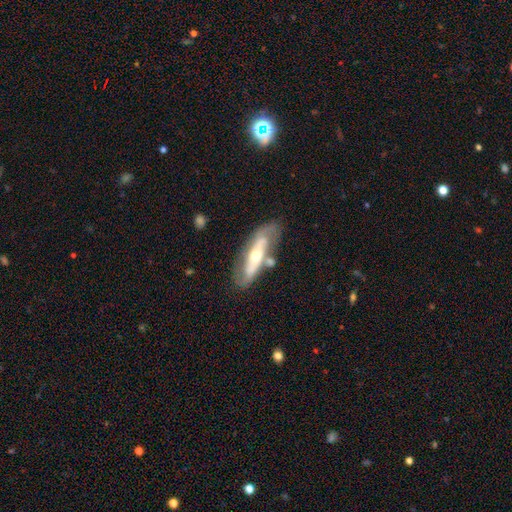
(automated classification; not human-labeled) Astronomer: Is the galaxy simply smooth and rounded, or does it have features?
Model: featured or disk — 68%.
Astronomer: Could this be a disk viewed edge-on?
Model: no — 74%.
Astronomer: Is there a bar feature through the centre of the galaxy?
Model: no — 58%.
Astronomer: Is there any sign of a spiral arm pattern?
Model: yes — 61% (runner-up: no, 39%).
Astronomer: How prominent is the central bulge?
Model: moderate — 60%.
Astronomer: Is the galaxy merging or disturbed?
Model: none — 65%.